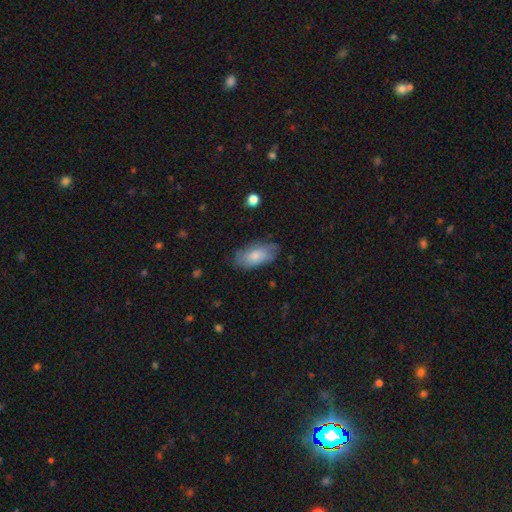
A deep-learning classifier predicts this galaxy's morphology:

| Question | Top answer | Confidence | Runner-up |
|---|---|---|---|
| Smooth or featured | smooth | 69% | featured or disk (25%) |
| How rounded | in between | 91% | cigar-shaped (6%) |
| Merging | none | 72% | minor disturbance (21%) |